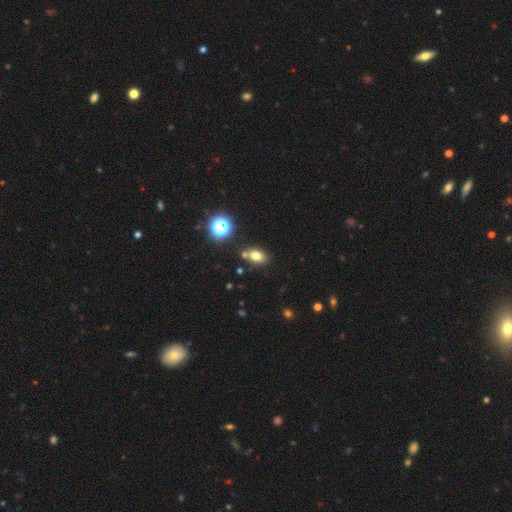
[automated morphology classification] Smooth or featured? Predicted: smooth (p=0.74). How rounded? Predicted: in between (p=0.74). Merging? Predicted: none (p=0.68).